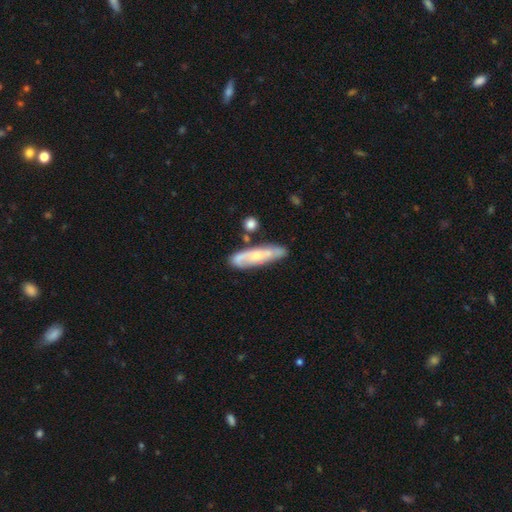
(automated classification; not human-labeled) A featured or disk galaxy (58%).

Vote fractions:
- Smooth or featured? featured or disk: 58% / smooth: 36% / star or artifact: 6%
- Edge-on disk? no: 65% / yes: 35%
- Merging? none: 70% / minor disturbance: 17% / merger: 9% / major disturbance: 4%